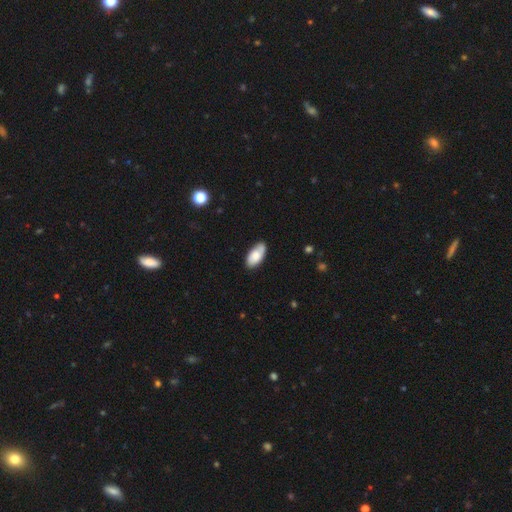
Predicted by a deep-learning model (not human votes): This is likely a smooth galaxy (75%). How rounded: clearly in between (93%). Merging: likely none (76%).